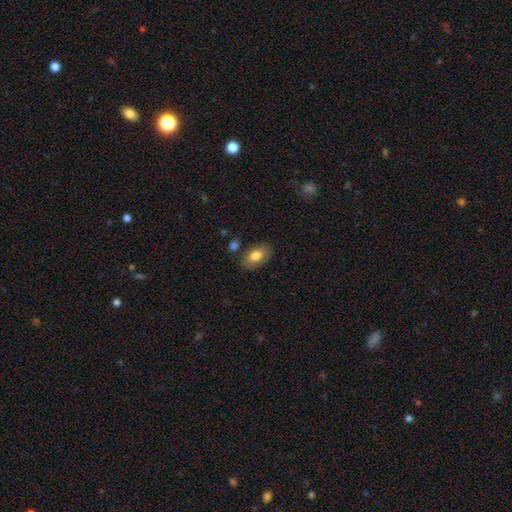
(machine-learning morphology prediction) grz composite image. It shows a smooth galaxy with no disk features (76%) that is in between round and cigar-shaped (91%). Merging: none (79%).